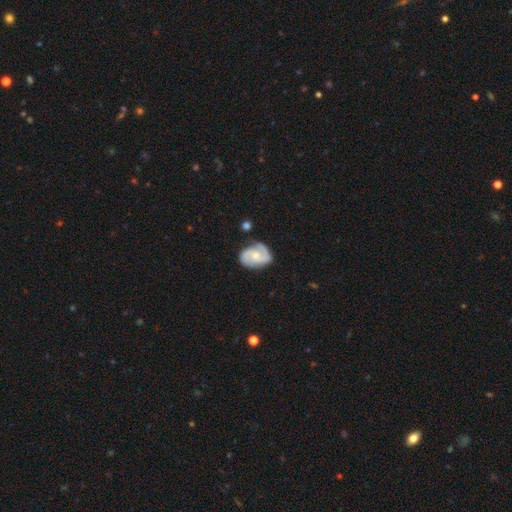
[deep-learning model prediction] This appears to be a featured or disk galaxy (78%) with no bar (63%), 2 (70%) medium (46%) spiral arms (94%) and a small central bulge (47%). Merging: none (63%).